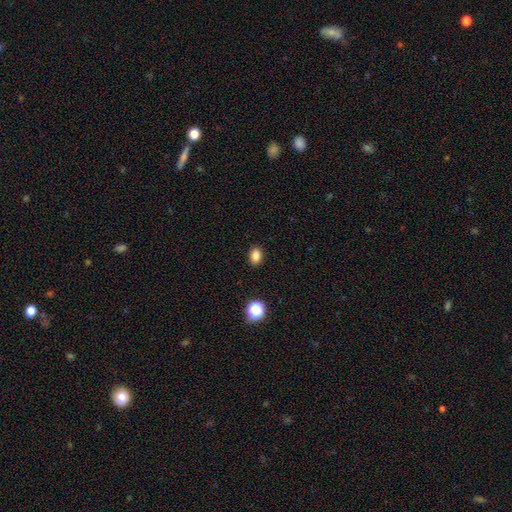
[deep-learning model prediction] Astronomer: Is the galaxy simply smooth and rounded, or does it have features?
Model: smooth — 84%.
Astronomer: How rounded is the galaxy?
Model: in between — 74%.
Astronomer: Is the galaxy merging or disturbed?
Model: none — 89%.